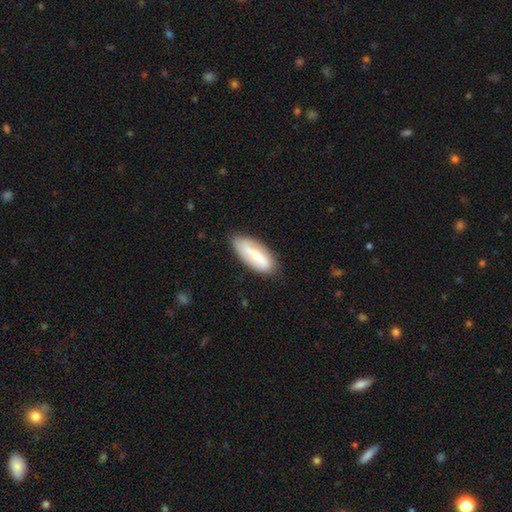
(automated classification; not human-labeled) This appears to be a featured or disk galaxy (47%, tied with smooth). Merging: none (82%).